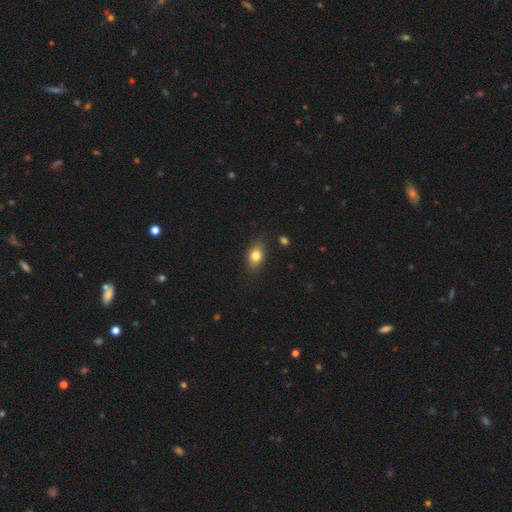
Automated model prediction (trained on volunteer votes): Overall: smooth (80%). How rounded: in between (82%). Merging: none (84%).